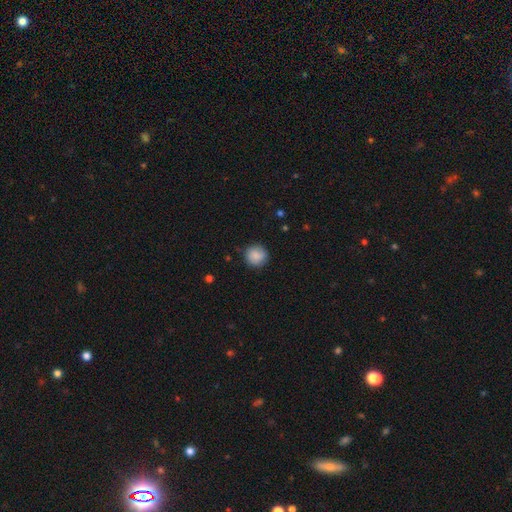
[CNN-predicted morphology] smooth 85%, star or artifact 8%, featured or disk 7%. Down the decision tree: how rounded — round (93%); merging — none (85%).